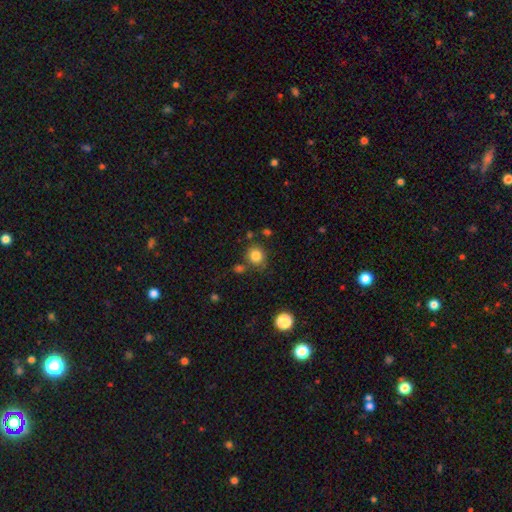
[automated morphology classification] Smooth or featured: smooth — 83% (star or artifact — 11%)
How rounded: round — 80% (in between — 19%)
Merging: none — 73% (minor disturbance — 14%)